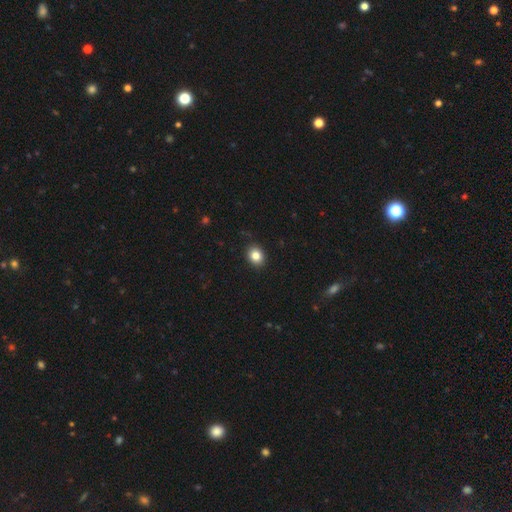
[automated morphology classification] Smooth or featured? Predicted: smooth (p=0.84). How rounded? Predicted: round (p=0.58). Merging? Predicted: none (p=0.89).